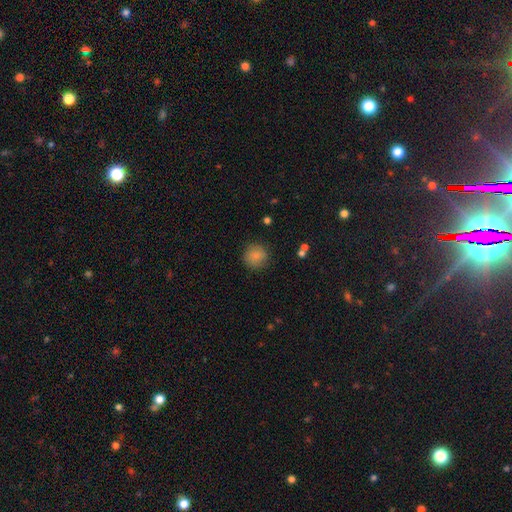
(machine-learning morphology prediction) The model was most divided on "merging": none: 85%, minor disturbance: 10%, major disturbance: 3%, merger: 1%. More confident: how rounded — round (91%); smooth or featured — smooth (85%).